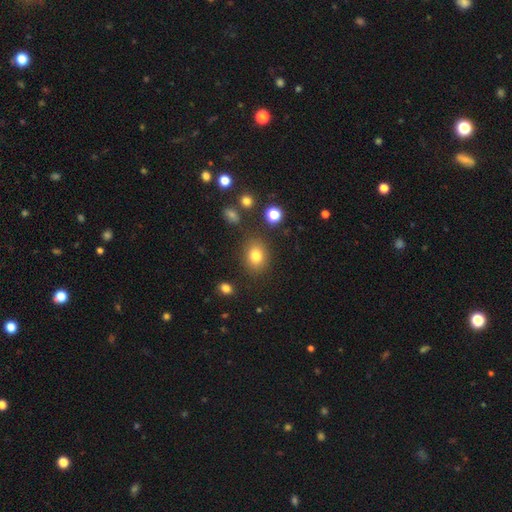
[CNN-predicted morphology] smooth_or_featured: smooth (p=0.80) [alt: star or artifact p=0.12]
how_rounded: round (p=0.50) [alt: in between p=0.49]
merging: none (p=0.82) [alt: minor disturbance p=0.11]